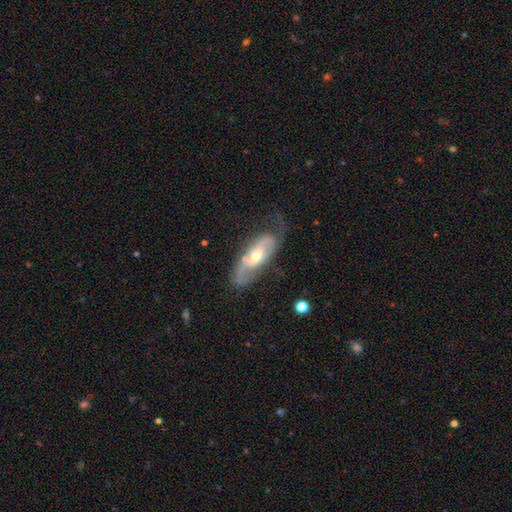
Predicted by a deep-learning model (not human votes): This appears to be a featured or disk galaxy (78%) with no bar (57%), 2 (64%) medium (41%) spiral arms (84%) and a moderate central bulge (50%). Merging: none (50%).